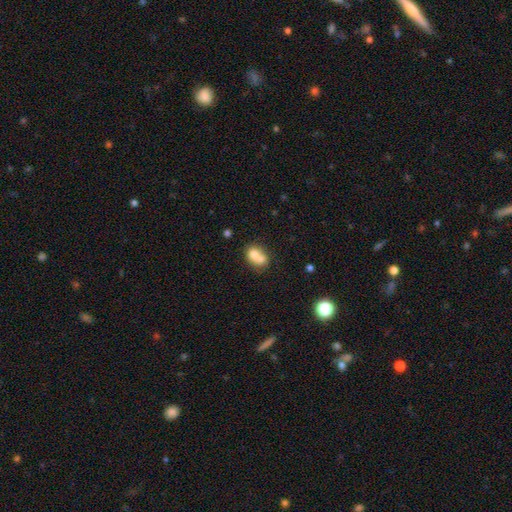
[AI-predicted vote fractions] Smooth or featured?
  - smooth: 70% *
  - featured or disk: 21%
  - star or artifact: 9%
How rounded?
  - round: 52% *
  - in between: 47%
  - cigar-shaped: 1%
Merging?
  - merger: 66% *
  - none: 23%
  - minor disturbance: 7%
  - major disturbance: 3%